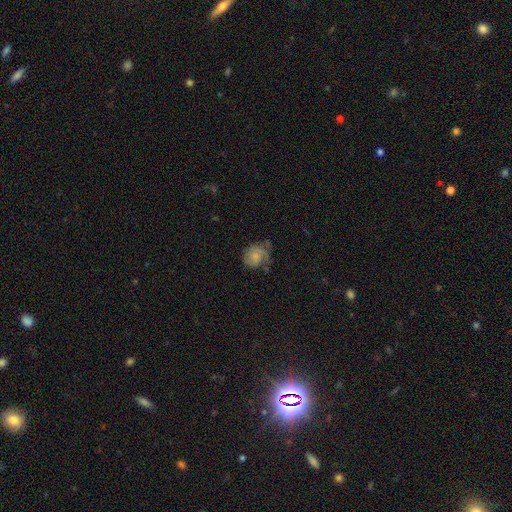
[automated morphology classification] Smooth or featured? Predicted: smooth (p=0.54). How rounded? Predicted: round (p=0.62). Merging? Predicted: none (p=0.41).